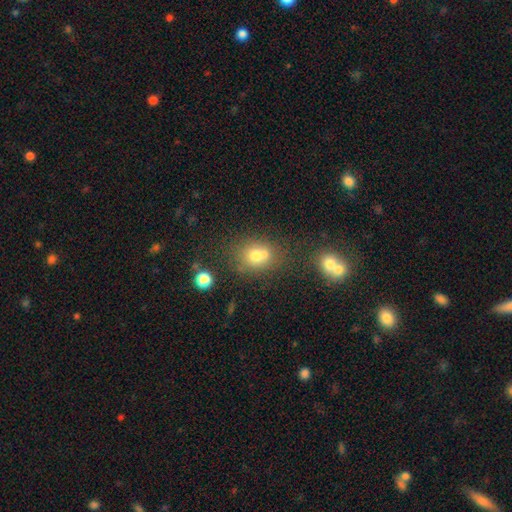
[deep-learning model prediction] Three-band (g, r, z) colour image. It shows a smooth galaxy with no disk features (71%) that is round (65%). Merging: none (46%).